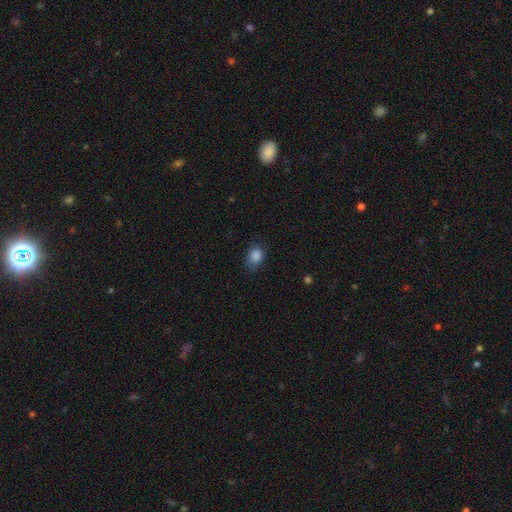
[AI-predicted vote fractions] This is clearly a smooth galaxy (86%). How rounded: likely in between (64%). Merging: likely none (65%).